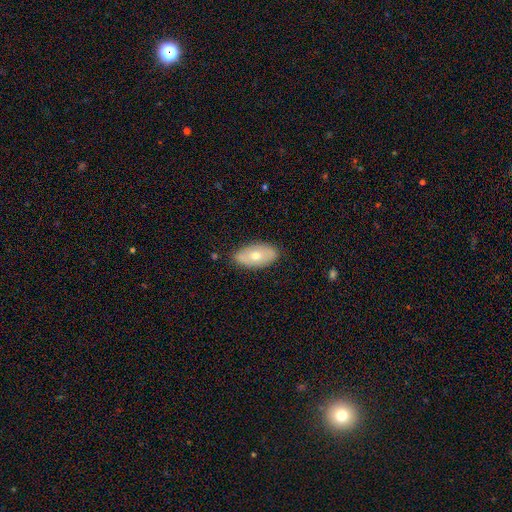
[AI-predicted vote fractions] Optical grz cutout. It shows a smooth galaxy with no disk features (58%) that is in between round and cigar-shaped (93%). Merging: none (82%).